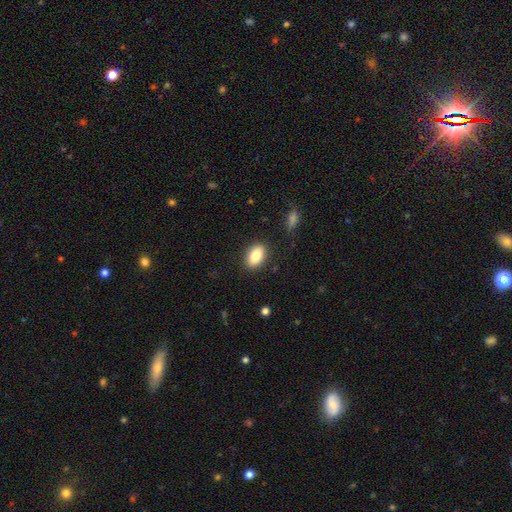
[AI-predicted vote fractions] Overall: smooth (84%). How rounded: in between (88%). Merging: none (86%).